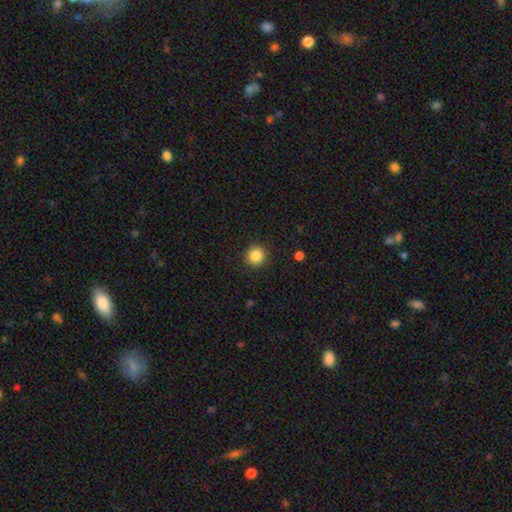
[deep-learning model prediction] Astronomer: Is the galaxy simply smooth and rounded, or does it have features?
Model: smooth — 86%.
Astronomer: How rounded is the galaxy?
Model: round — 94%.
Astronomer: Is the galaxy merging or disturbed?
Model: none — 91%.